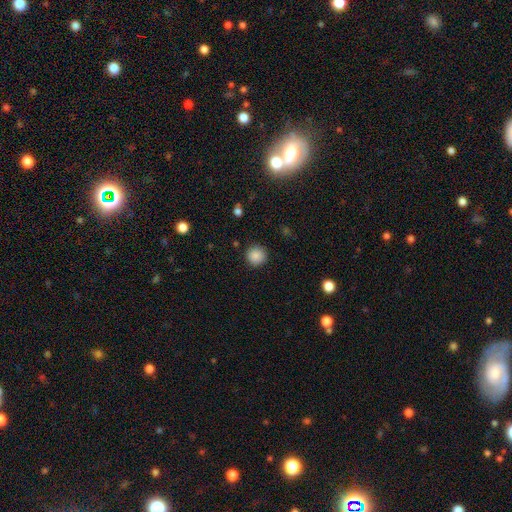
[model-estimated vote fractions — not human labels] smooth-or-featured: smooth: 87% | star or artifact: 10% | featured or disk: 4%
  how-rounded: round: 95% | in between: 4% | cigar-shaped: 1%
  merging: none: 91% | minor disturbance: 6% | major disturbance: 2% | merger: 1%